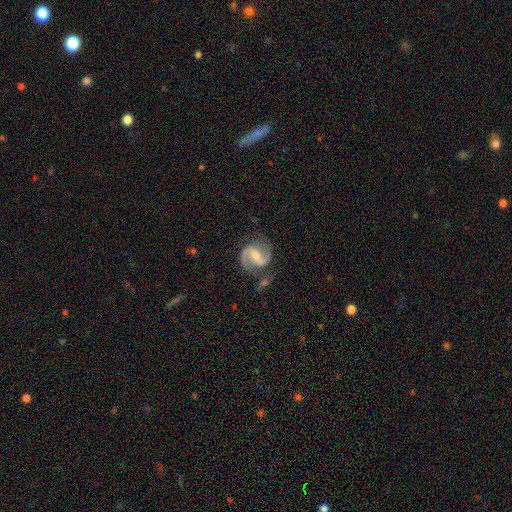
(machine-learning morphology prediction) Smooth or featured?
  - featured or disk: 88% *
  - smooth: 7%
  - star or artifact: 5%
Edge-on disk?
  - no: 98% *
  - yes: 2%
Bar?
  - weak: 46% *
  - strong: 33%
  - no: 22%
Spiral arms?
  - yes: 97% *
  - no: 3%
Spiral winding?
  - medium: 57% *
  - loose: 27%
  - tight: 16%
Spiral arm count?
  - 2: 93% *
  - can't tell: 2%
  - 1: 2%
  - 3: 1%
  - 4: 1%
  - more than 4: 1%
Bulge size?
  - small: 49% *
  - moderate: 42%
  - none: 6%
  - large: 3%
  - dominant: 1%
Merging?
  - none: 70% *
  - minor disturbance: 17%
  - major disturbance: 7%
  - merger: 6%